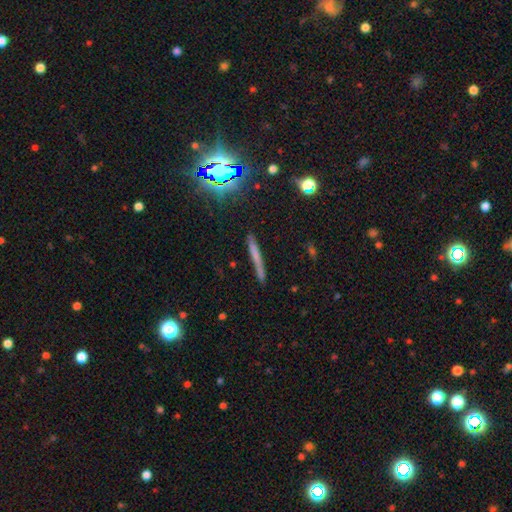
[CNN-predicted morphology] The model was most divided on "smooth or featured": smooth: 52%, featured or disk: 32%, star or artifact: 16%. More confident: how rounded — cigar-shaped (94%); merging — none (84%).